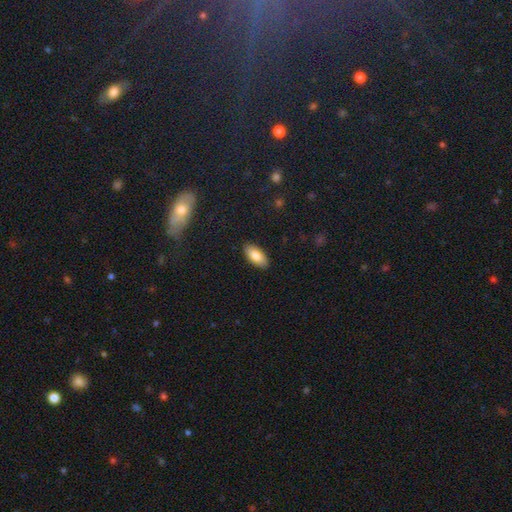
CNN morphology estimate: A smooth galaxy with no disk features (83%) that is in between round and cigar-shaped (91%). Merging: none (89%).